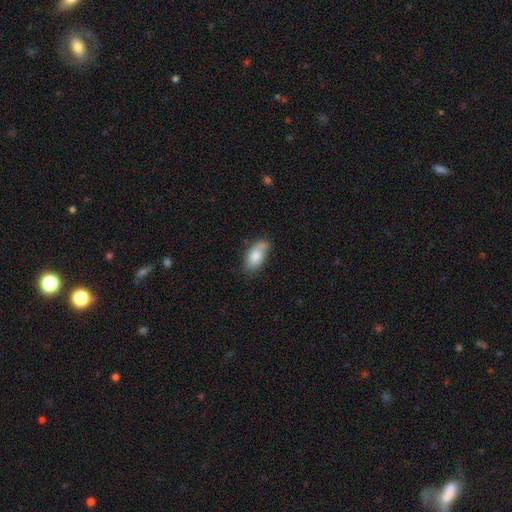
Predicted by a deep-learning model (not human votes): A smooth galaxy with no disk features (79%) that is in between round and cigar-shaped (92%).

Vote fractions:
- Smooth or featured? smooth: 79% / featured or disk: 14% / star or artifact: 7%
- How rounded? in between: 92% / cigar-shaped: 4% / round: 4%
- Merging? none: 57% / minor disturbance: 30% / major disturbance: 9% / merger: 4%